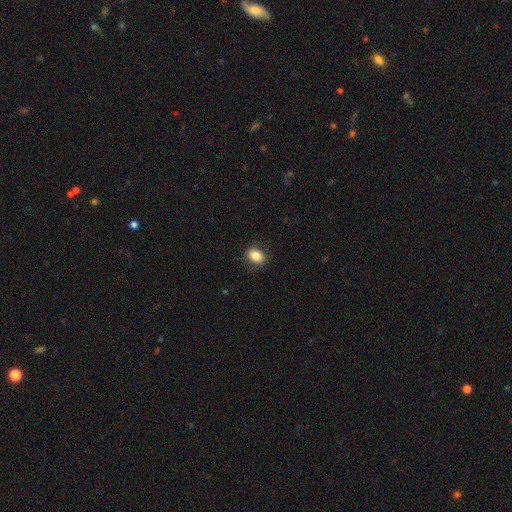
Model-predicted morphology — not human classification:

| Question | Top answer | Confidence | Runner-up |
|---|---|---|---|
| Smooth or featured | smooth | 84% | star or artifact (9%) |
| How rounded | in between | 66% | round (33%) |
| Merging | none | 84% | minor disturbance (12%) |